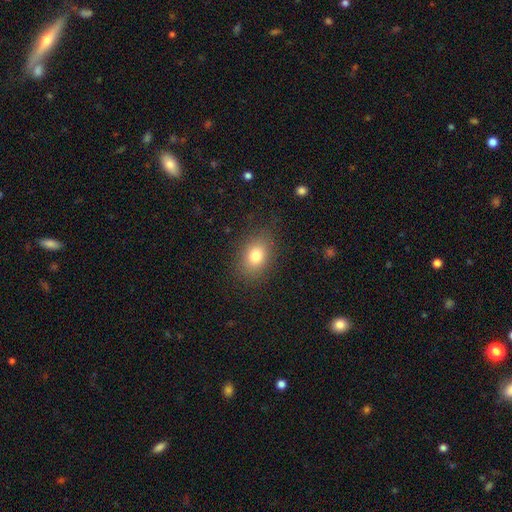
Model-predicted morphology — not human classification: Smooth or featured? smooth (79%)
How rounded? in between (71%)
Merging? none (84%)